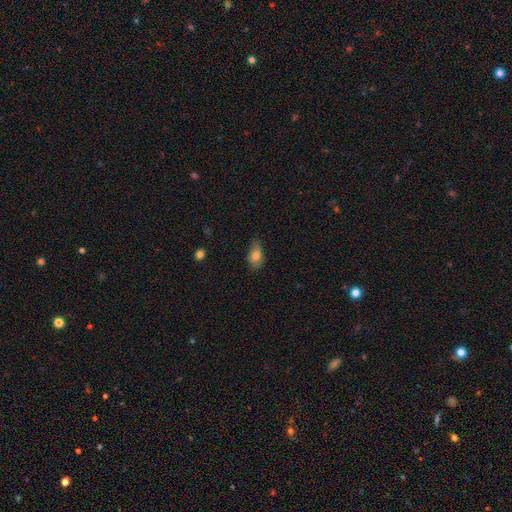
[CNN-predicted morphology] Overall: smooth (77%). How rounded: in between (87%). Merging: none (58%; minor disturbance 33%).